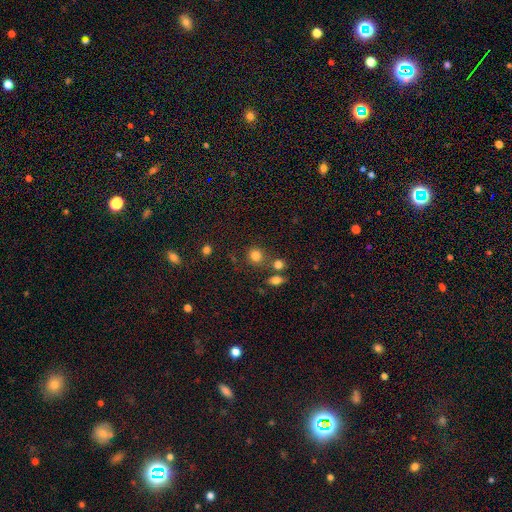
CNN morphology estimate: smooth 80%, star or artifact 13%, featured or disk 7%. Down the decision tree: how rounded — round (86%); merging — none (71%).